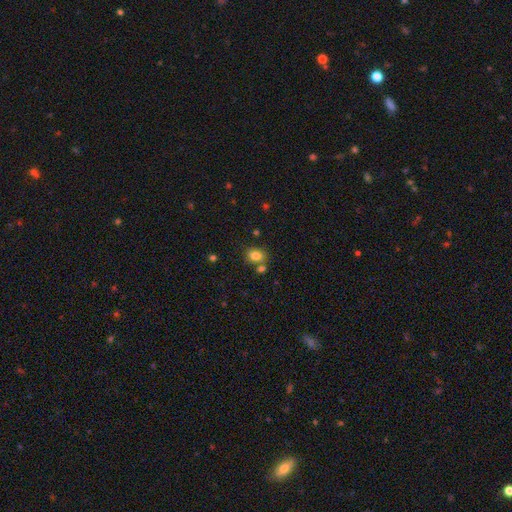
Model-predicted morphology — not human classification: Q: Smooth or featured?
A: smooth (81%); runner-up: star or artifact (11%)
Q: How rounded?
A: in between (55%); runner-up: round (44%)
Q: Merging?
A: none (69%); runner-up: merger (15%)